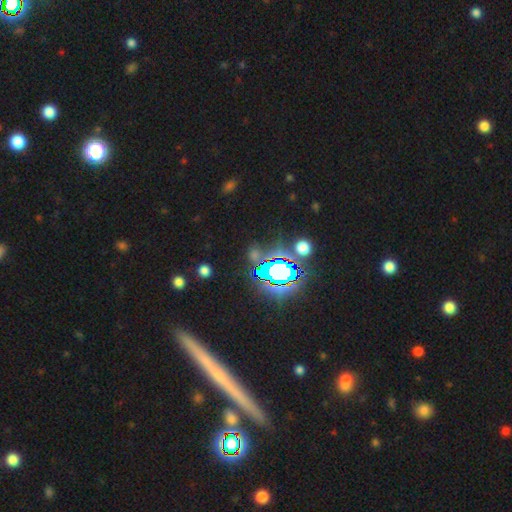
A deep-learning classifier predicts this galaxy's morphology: type=star or artifact (69%).